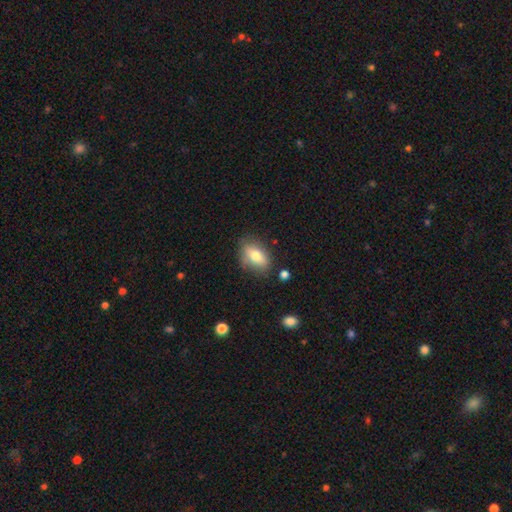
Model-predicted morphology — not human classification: Smooth or featured: smooth — 74% (featured or disk — 18%)
How rounded: in between — 85% (round — 11%)
Merging: none — 72% (minor disturbance — 19%)